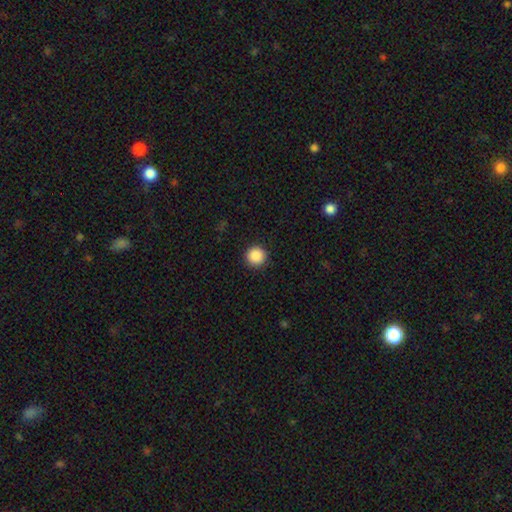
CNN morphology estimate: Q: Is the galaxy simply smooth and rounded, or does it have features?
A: smooth — 89%.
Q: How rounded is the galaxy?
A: round — 96%.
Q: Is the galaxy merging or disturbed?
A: none — 92%.